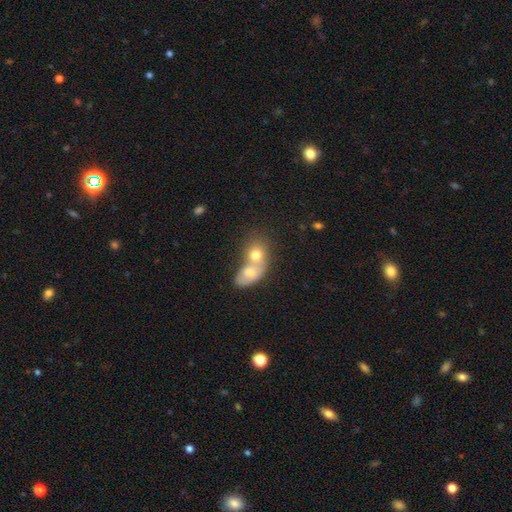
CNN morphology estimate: type=smooth (57%); roundness=round (48%, tied with in between); merging=merger (72%).